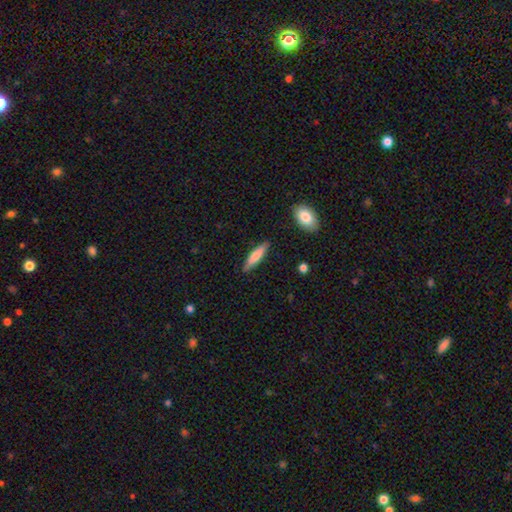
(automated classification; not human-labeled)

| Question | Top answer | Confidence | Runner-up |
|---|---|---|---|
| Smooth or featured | smooth | 76% | featured or disk (19%) |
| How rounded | cigar-shaped | 80% | in between (19%) |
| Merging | none | 86% | minor disturbance (10%) |